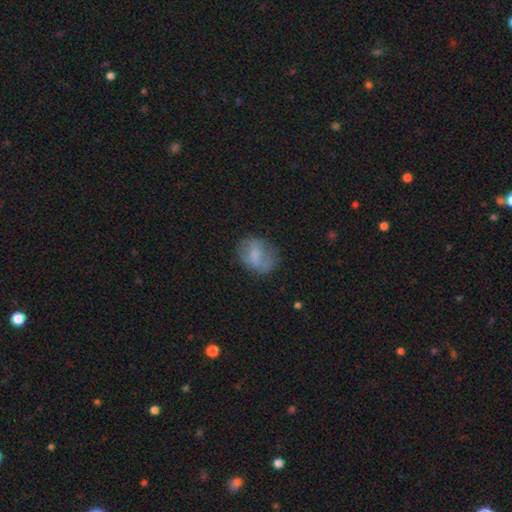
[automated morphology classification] Overall: smooth (58%; featured or disk 33%). How rounded: in between (61%; round 37%). Merging: none (64%).